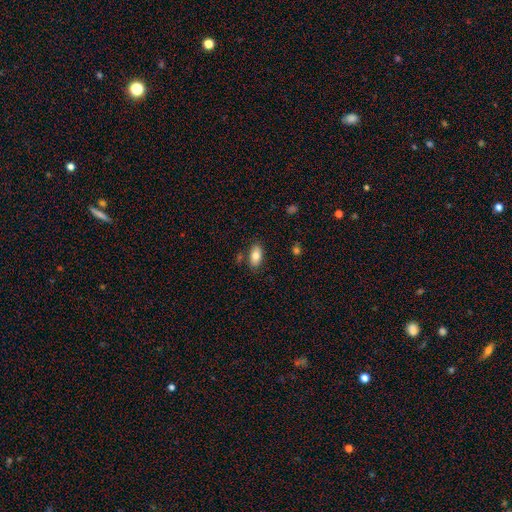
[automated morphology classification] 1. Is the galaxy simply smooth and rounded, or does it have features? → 80% smooth, 13% featured or disk, 7% star or artifact.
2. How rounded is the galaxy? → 92% in between, 4% round, 4% cigar-shaped.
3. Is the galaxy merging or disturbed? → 81% none, 12% minor disturbance, 4% merger, 3% major disturbance.